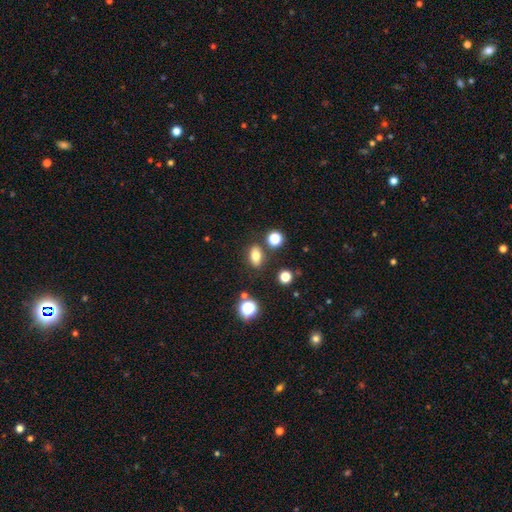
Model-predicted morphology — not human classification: smooth_or_featured: smooth (p=0.75) [alt: star or artifact p=0.13]
how_rounded: in between (p=0.78) [alt: round p=0.18]
merging: none (p=0.81) [alt: minor disturbance p=0.10]